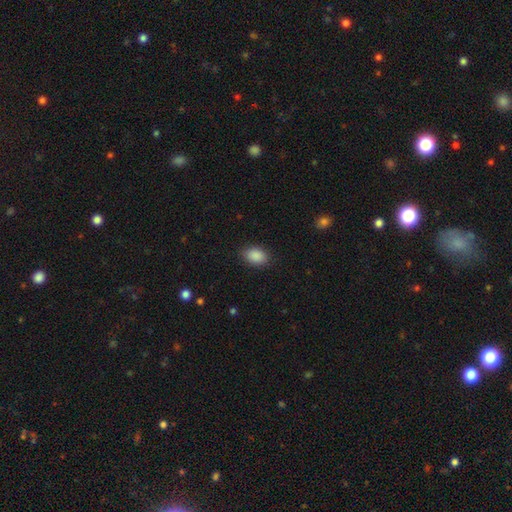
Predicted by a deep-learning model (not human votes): Morphology: type=smooth (89%); roundness=in between (85%); merging=none (86%).